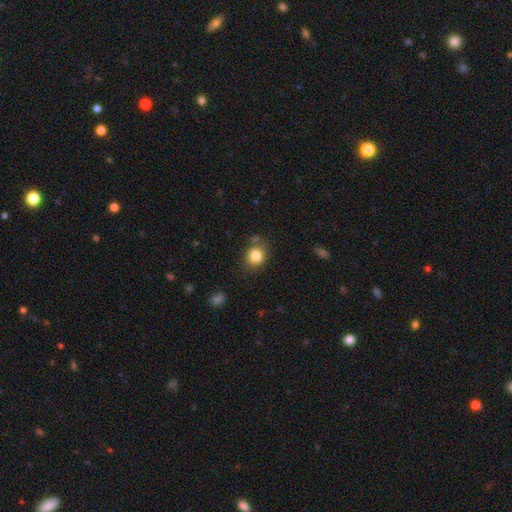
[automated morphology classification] The model was most divided on "how rounded": round: 71%, in between: 28%, cigar-shaped: 1%. More confident: smooth or featured — smooth (84%); merging — none (75%).